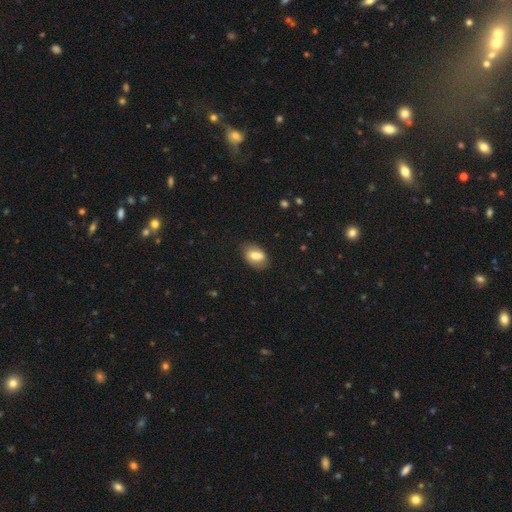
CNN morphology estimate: type=smooth (75%); roundness=in between (88%); merging=none (70%).